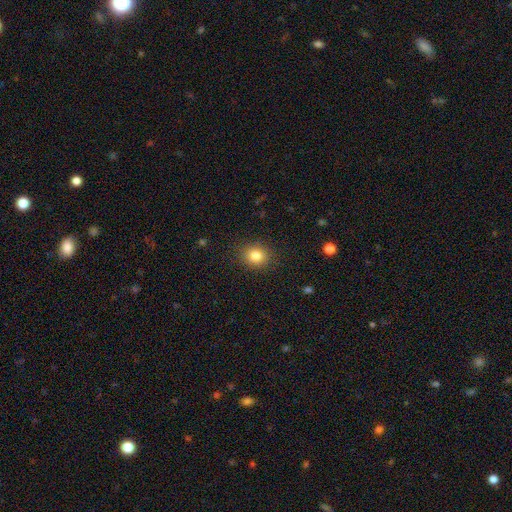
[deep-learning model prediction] This appears to be a smooth galaxy with no disk features (83%) that is round (79%). Merging: none (89%).